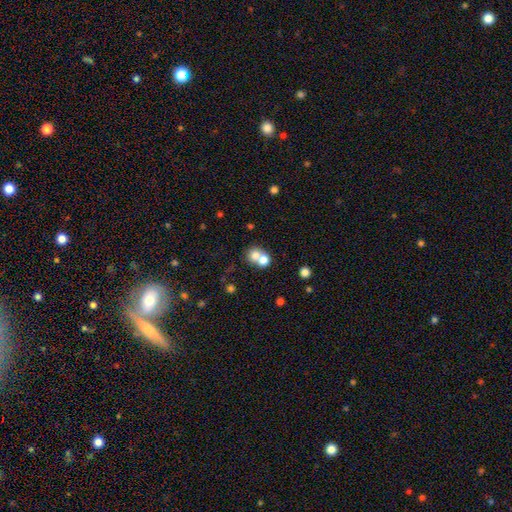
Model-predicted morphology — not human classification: Smooth or featured? Predicted: smooth (p=0.72). How rounded? Predicted: round (p=0.72). Merging? Predicted: merger (p=0.63).